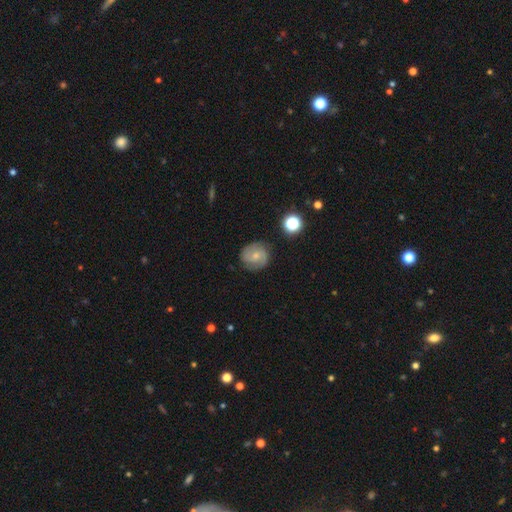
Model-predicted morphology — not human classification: smooth-or-featured: featured or disk: 60% | smooth: 31% | star or artifact: 9%
  disk-edge-on: no: 98% | yes: 2%
    bar: no: 65% | weak: 30% | strong: 5%
    has-spiral-arms: yes: 90% | no: 10%
      spiral-winding: tight: 44% | medium: 42% | loose: 14%
      spiral-arm-count: 2: 65% | can't tell: 17% | 3: 10% | 1: 3% | 4: 2% | more than 4: 2%
    bulge-size: small: 59% | moderate: 35% | none: 4% | large: 2% | dominant: 1%
  merging: none: 80% | minor disturbance: 15% | major disturbance: 4% | merger: 2%